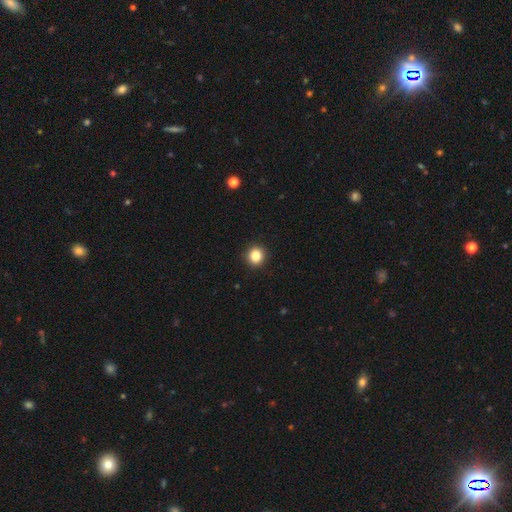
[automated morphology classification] This is clearly a smooth galaxy (85%). How rounded: clearly round (90%). Merging: clearly none (93%).